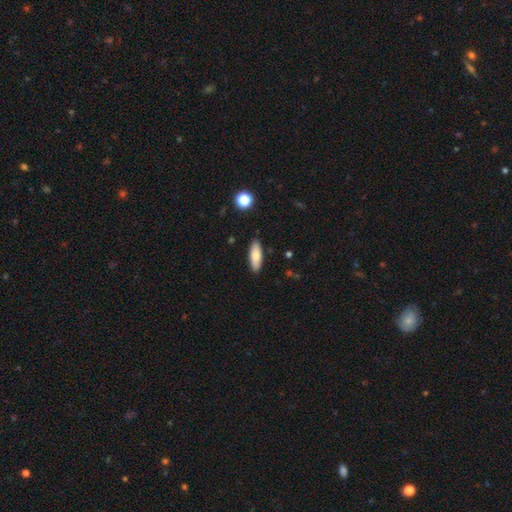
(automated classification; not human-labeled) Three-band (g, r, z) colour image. It shows a smooth galaxy with no disk features (77%) that is in between round and cigar-shaped (61%). Merging: none (88%).